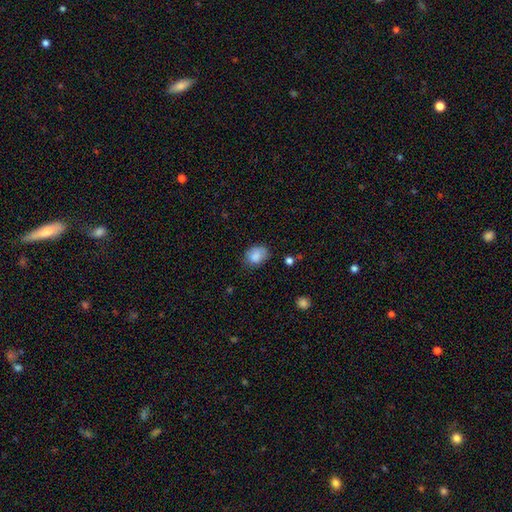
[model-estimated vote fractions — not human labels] The model was most divided on "how rounded": in between: 61%, round: 38%, cigar-shaped: 1%. More confident: smooth or featured — smooth (84%); merging — none (67%).